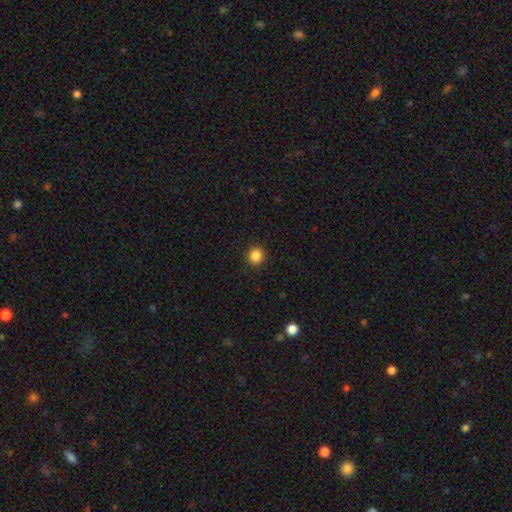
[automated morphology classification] smooth-or-featured: smooth: 86% | star or artifact: 11% | featured or disk: 3%
  how-rounded: round: 94% | in between: 5% | cigar-shaped: 1%
  merging: none: 93% | minor disturbance: 5% | major disturbance: 2% | merger: 1%